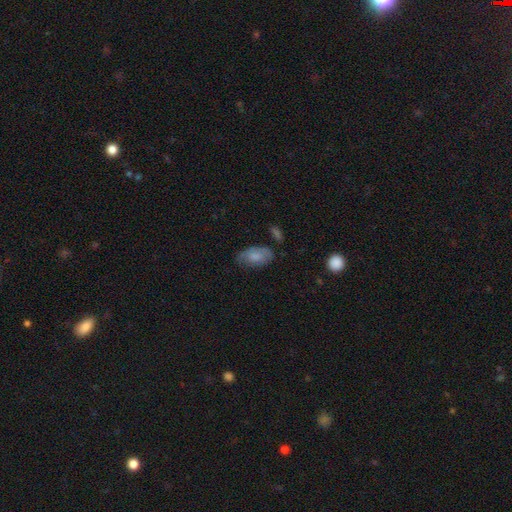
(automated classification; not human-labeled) Morphology: type=smooth (71%); roundness=in between (93%); merging=none (58%).